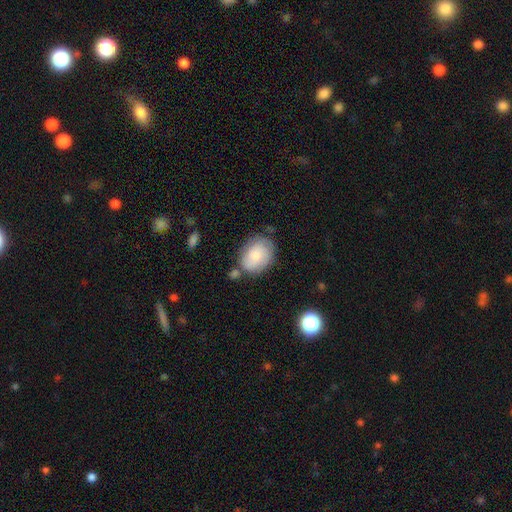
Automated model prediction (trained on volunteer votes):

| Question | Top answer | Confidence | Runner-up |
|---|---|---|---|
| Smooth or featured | smooth | 68% | featured or disk (25%) |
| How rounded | in between | 67% | round (32%) |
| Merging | none | 62% | minor disturbance (22%) |